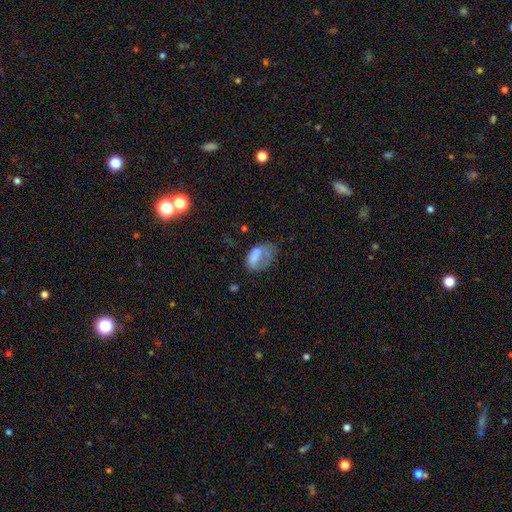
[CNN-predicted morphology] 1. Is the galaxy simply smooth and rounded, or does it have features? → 64% smooth, 26% featured or disk, 10% star or artifact.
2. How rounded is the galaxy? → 86% in between, 12% round, 2% cigar-shaped.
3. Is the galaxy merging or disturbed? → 41% major disturbance, 27% minor disturbance, 25% none, 7% merger.